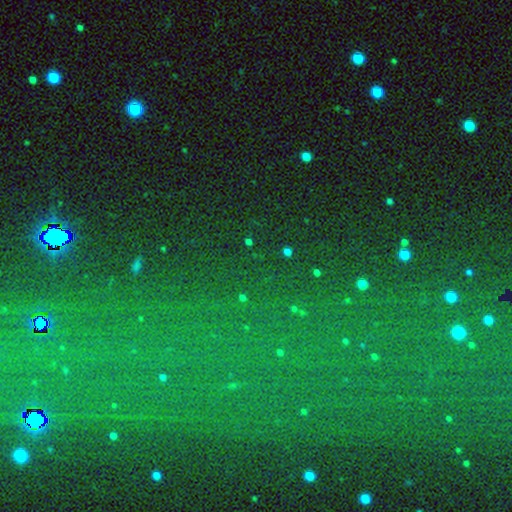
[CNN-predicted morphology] Q: Smooth or featured?
A: star or artifact (80%); runner-up: smooth (11%)